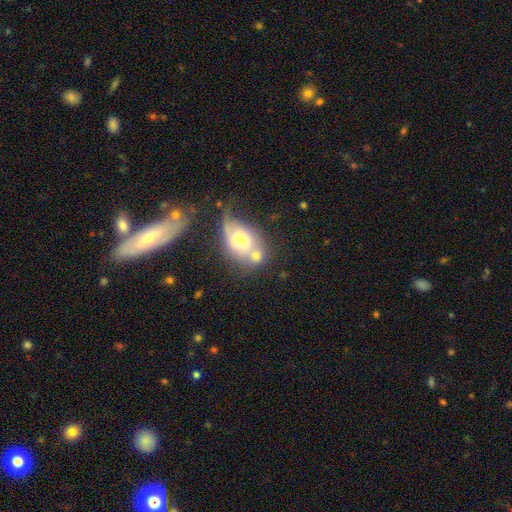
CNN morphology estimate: smooth-or-featured: smooth: 59% | featured or disk: 31% | star or artifact: 10%
  how-rounded: in between: 67% | round: 30% | cigar-shaped: 3%
  merging: merger: 44% | none: 30% | minor disturbance: 15% | major disturbance: 11%